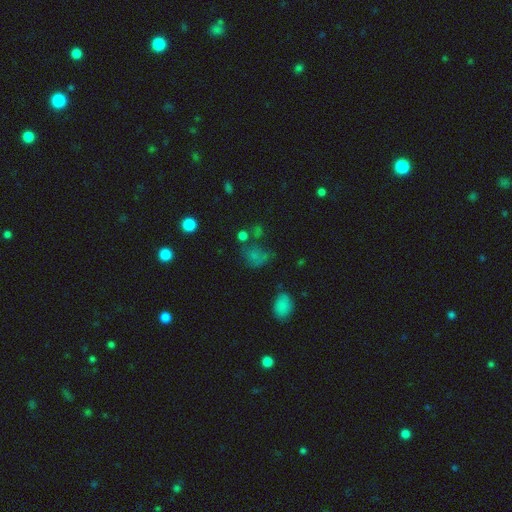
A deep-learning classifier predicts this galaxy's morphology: This is likely a smooth galaxy (63%). How rounded: possibly round (49%, tied with in between). Merging: marginally none (42%).